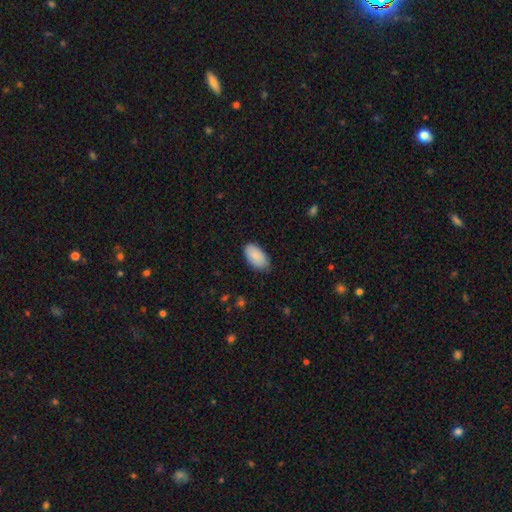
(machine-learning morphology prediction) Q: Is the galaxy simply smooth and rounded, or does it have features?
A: smooth — 88%.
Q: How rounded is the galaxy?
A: in between — 96%.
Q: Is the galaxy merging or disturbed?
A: none — 81%.